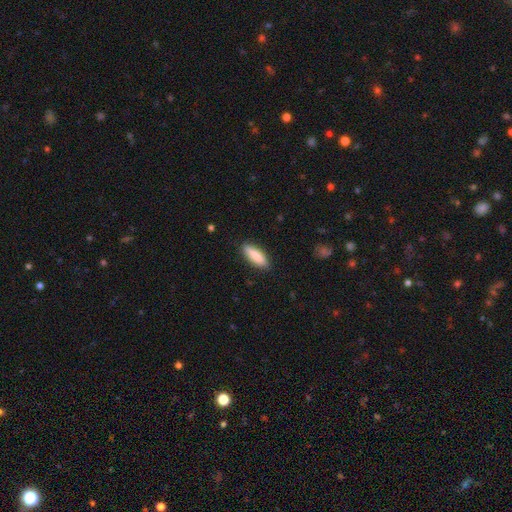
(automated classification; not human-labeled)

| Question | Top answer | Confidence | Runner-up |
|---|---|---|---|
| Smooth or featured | smooth | 84% | featured or disk (11%) |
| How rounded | cigar-shaped | 53% | in between (45%) |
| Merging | none | 88% | minor disturbance (9%) |